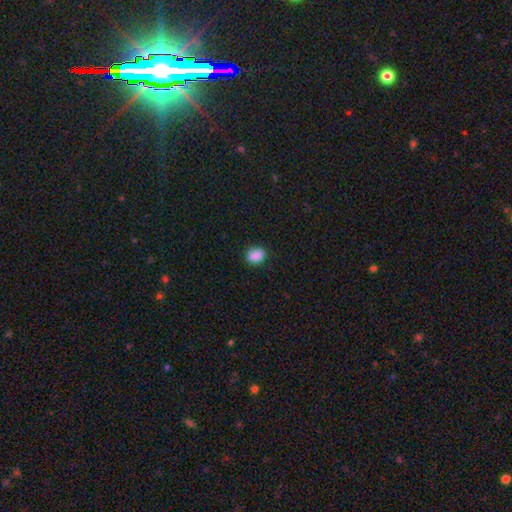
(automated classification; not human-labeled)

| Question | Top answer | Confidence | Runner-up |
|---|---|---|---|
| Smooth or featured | smooth | 88% | star or artifact (9%) |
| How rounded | in between | 59% | round (40%) |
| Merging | none | 86% | minor disturbance (11%) |